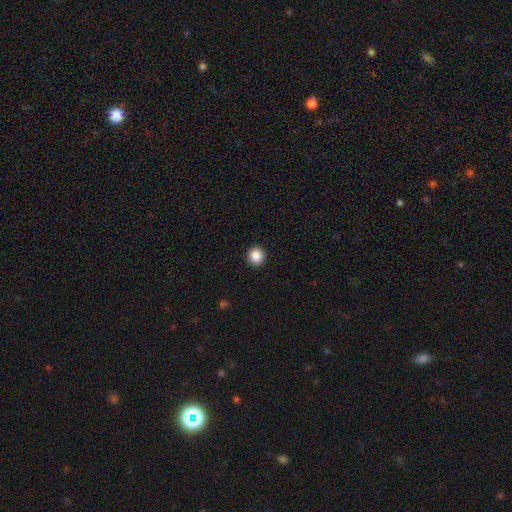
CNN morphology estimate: Overall: smooth (87%). How rounded: round (93%). Merging: none (94%).